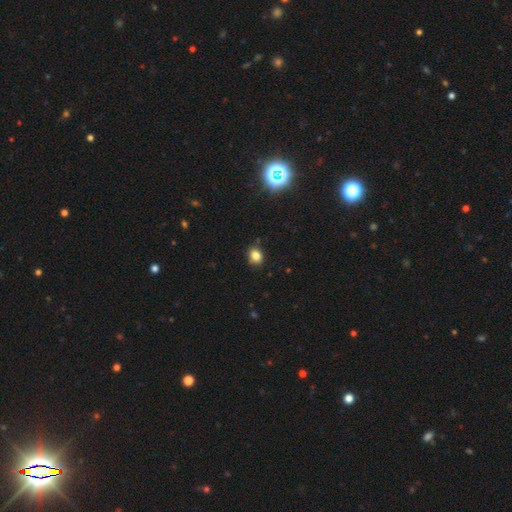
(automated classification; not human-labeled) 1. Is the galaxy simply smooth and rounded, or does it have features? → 81% smooth, 13% star or artifact, 6% featured or disk.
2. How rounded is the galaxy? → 51% round, 48% in between, 1% cigar-shaped.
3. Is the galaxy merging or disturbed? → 82% none, 13% minor disturbance, 2% major disturbance, 2% merger.